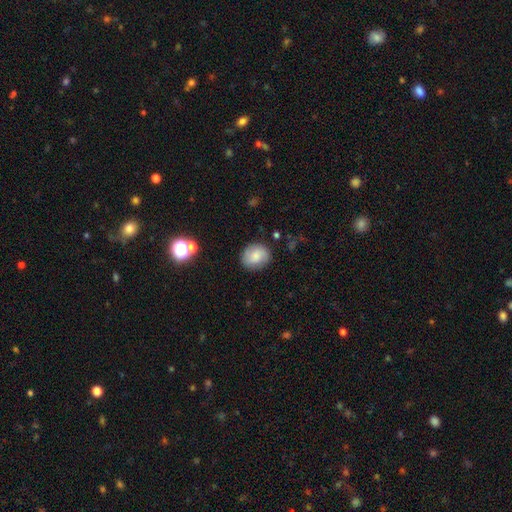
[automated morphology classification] smooth-or-featured: smooth: 71% | featured or disk: 19% | star or artifact: 9%
  how-rounded: round: 68% | in between: 31% | cigar-shaped: 1%
  merging: none: 83% | minor disturbance: 12% | major disturbance: 3% | merger: 2%